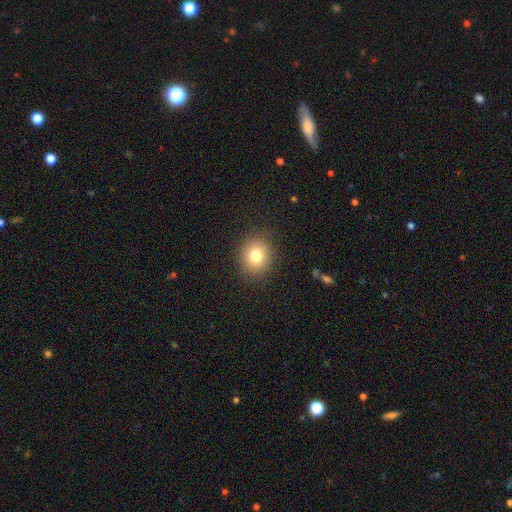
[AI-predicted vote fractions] This is likely a smooth galaxy (78%). How rounded: likely round (77%). Merging: clearly none (88%).